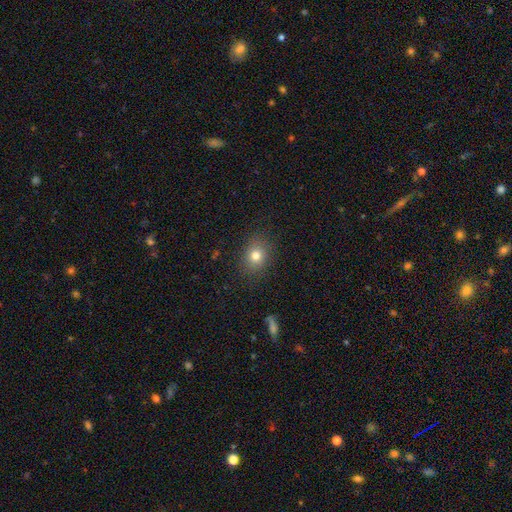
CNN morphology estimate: A smooth galaxy with no disk features (77%) that is round (56%).

Vote fractions:
- Smooth or featured? smooth: 77% / star or artifact: 13% / featured or disk: 10%
- How rounded? round: 56% / in between: 43% / cigar-shaped: 1%
- Merging? none: 86% / minor disturbance: 10% / major disturbance: 3% / merger: 1%